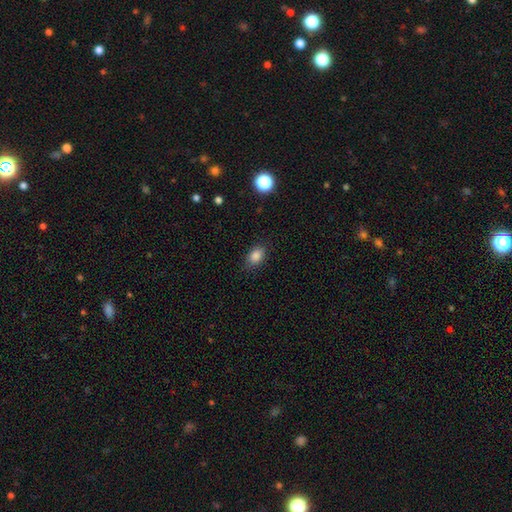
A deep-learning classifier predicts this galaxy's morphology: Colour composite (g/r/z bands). It shows a smooth galaxy with no disk features (85%) that is in between round and cigar-shaped (77%). Merging: none (84%).